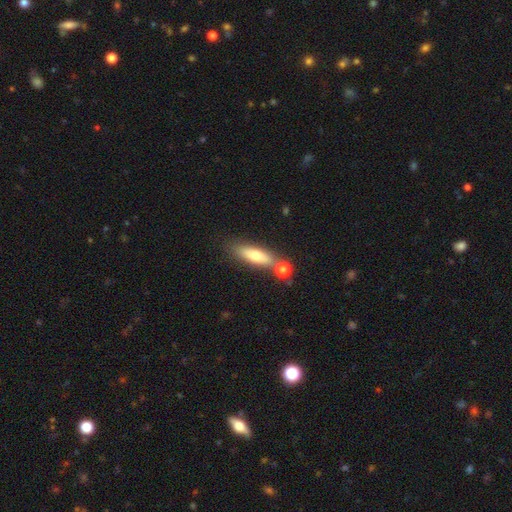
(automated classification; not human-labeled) A smooth galaxy with no disk features (66%) that is cigar-shaped (59%).

Vote fractions:
- Smooth or featured? smooth: 66% / featured or disk: 27% / star or artifact: 8%
- How rounded? cigar-shaped: 59% / in between: 38% / round: 3%
- Merging? none: 64% / merger: 19% / minor disturbance: 13% / major disturbance: 4%